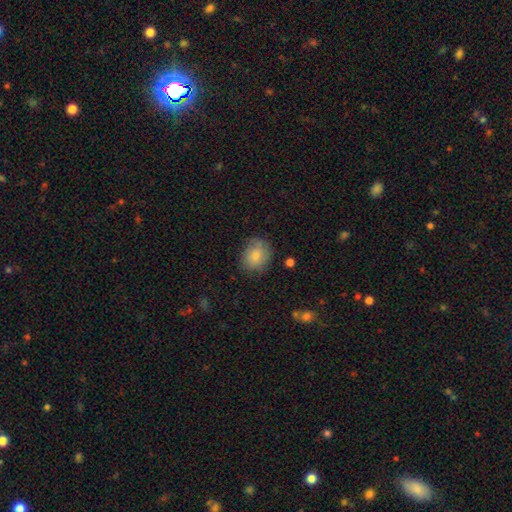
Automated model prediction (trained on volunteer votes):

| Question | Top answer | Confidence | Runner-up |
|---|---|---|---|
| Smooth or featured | smooth | 78% | featured or disk (15%) |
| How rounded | round | 57% | in between (42%) |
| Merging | none | 70% | minor disturbance (22%) |